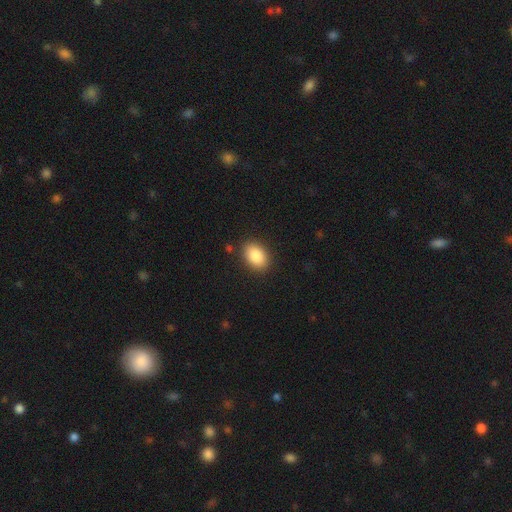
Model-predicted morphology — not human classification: The model was most divided on "how rounded": in between: 84%, round: 14%, cigar-shaped: 1%. More confident: smooth or featured — smooth (88%); merging — none (88%).